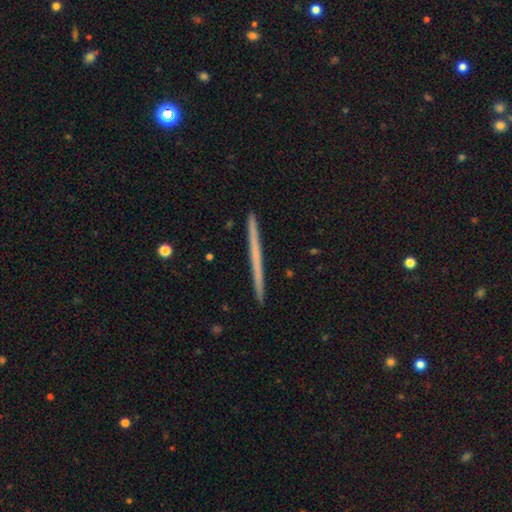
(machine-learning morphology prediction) featured or disk 53%, smooth 38%, star or artifact 10%. Down the decision tree: edge-on disk — yes (97%); edge-on bulge — none (84%); merging — none (92%).